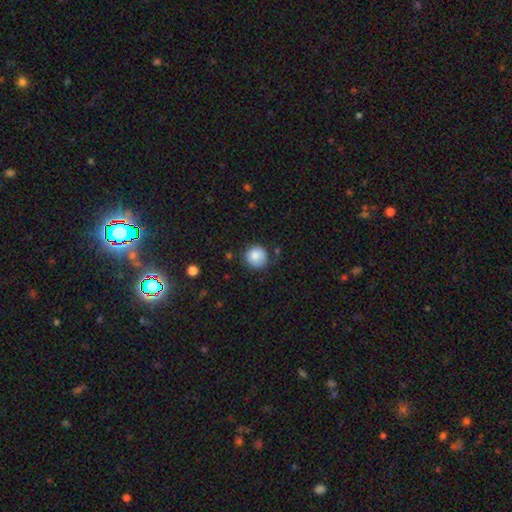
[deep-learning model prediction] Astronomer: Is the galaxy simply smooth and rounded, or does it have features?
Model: smooth — 85%.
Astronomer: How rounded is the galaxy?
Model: round — 92%.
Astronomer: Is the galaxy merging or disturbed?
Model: none — 75%.